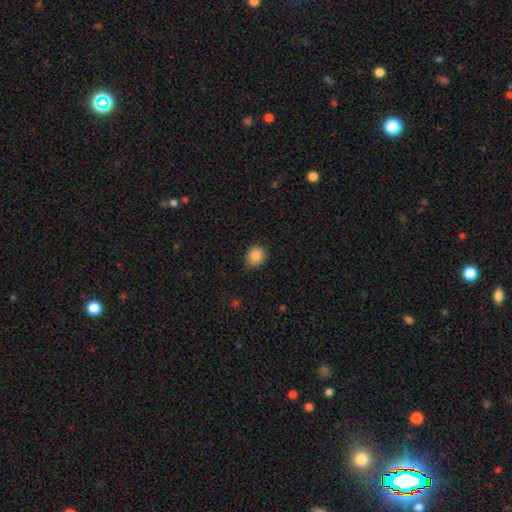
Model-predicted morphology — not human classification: Q: Smooth or featured?
A: smooth (88%); runner-up: star or artifact (9%)
Q: How rounded?
A: round (69%); runner-up: in between (30%)
Q: Merging?
A: none (82%); runner-up: minor disturbance (14%)